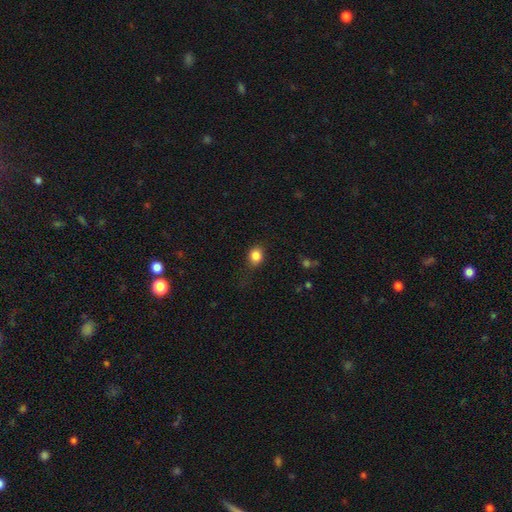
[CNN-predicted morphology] smooth 85%, star or artifact 10%, featured or disk 5%. Down the decision tree: how rounded — round (58%); merging — none (74%).